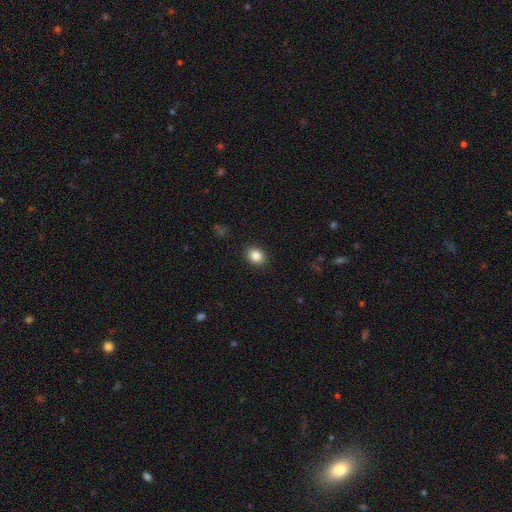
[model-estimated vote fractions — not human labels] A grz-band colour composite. It shows a smooth galaxy with no disk features (86%) that is in between round and cigar-shaped (54%). Merging: none (89%).